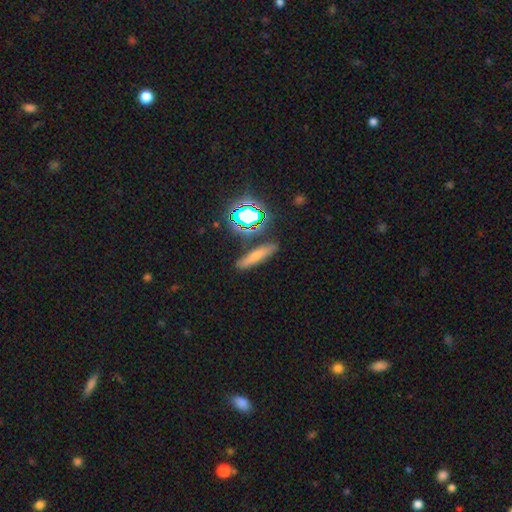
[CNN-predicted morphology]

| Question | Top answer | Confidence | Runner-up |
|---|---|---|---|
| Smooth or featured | smooth | 60% | featured or disk (22%) |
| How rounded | cigar-shaped | 74% | in between (20%) |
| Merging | none | 83% | minor disturbance (10%) |